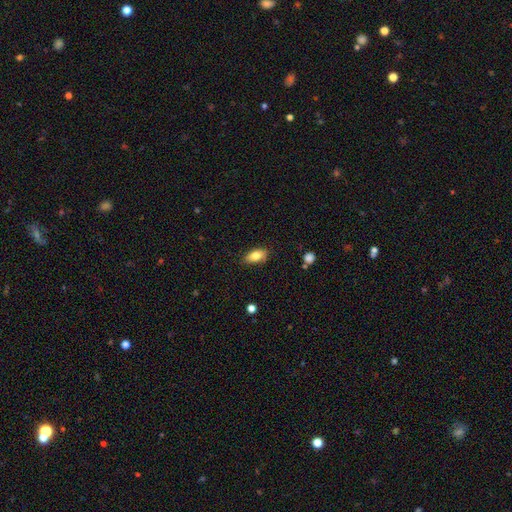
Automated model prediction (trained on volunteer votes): Smooth or featured?
  - smooth: 81% *
  - featured or disk: 12%
  - star or artifact: 7%
How rounded?
  - in between: 88% *
  - cigar-shaped: 7%
  - round: 5%
Merging?
  - none: 81% *
  - minor disturbance: 15%
  - major disturbance: 3%
  - merger: 1%